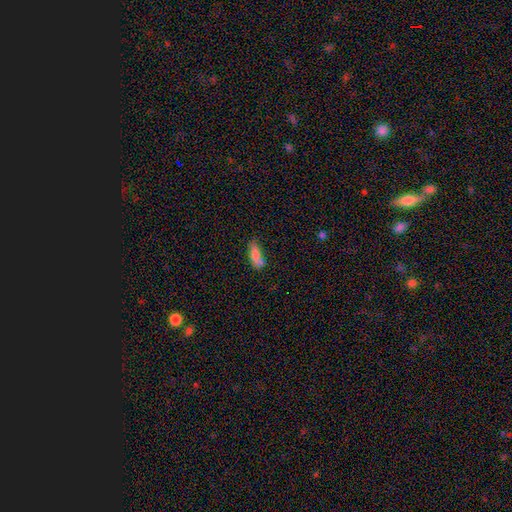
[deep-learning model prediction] A smooth galaxy with no disk features (79%) that is in between round and cigar-shaped (64%).

Vote fractions:
- Smooth or featured? smooth: 79% / featured or disk: 13% / star or artifact: 9%
- How rounded? in between: 64% / cigar-shaped: 33% / round: 3%
- Merging? none: 47% / minor disturbance: 23% / merger: 23% / major disturbance: 7%